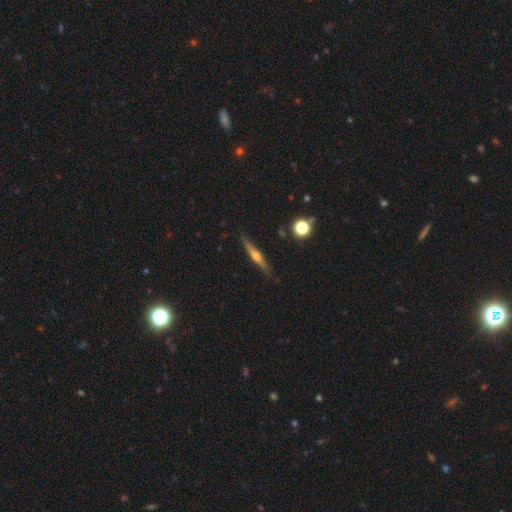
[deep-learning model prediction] A featured or disk galaxy (69%) viewed edge-on (97%) with a rounded central bulge (89%).

Vote fractions:
- Smooth or featured? featured or disk: 69% / smooth: 24% / star or artifact: 7%
- Edge-on disk? yes: 97% / no: 3%
- Edge-on bulge? rounded: 89% / none: 6% / boxy: 5%
- Merging? none: 88% / minor disturbance: 9% / major disturbance: 2% / merger: 1%